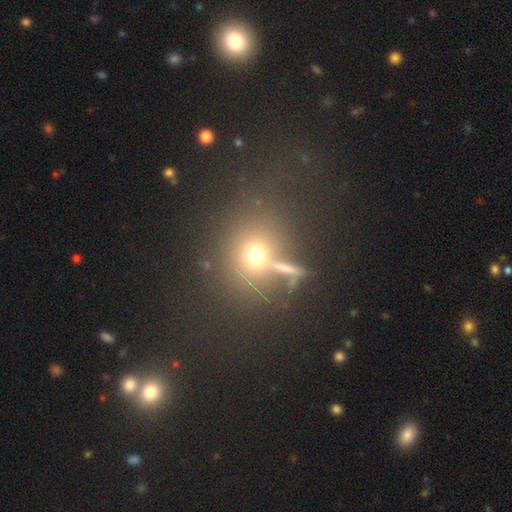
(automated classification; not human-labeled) The model was most divided on "smooth or featured": smooth: 64%, star or artifact: 22%, featured or disk: 14%. More confident: how rounded — round (78%); merging — none (66%).